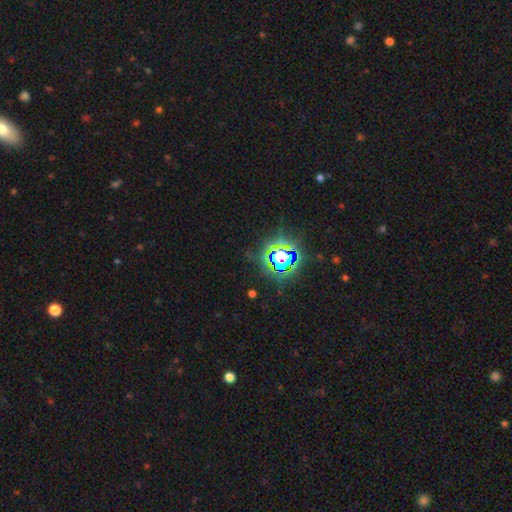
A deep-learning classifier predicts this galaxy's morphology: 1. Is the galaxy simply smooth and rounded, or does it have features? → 79% star or artifact, 13% smooth, 8% featured or disk.